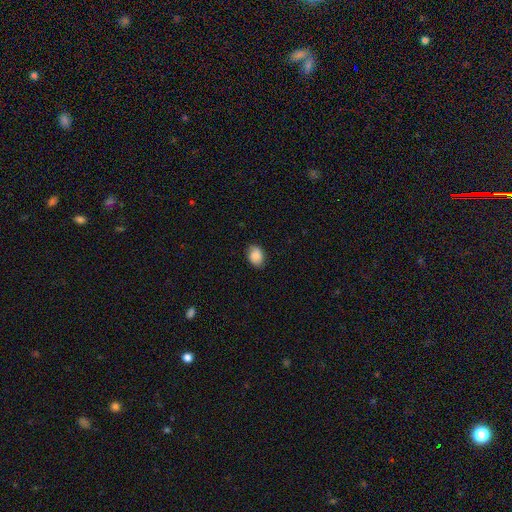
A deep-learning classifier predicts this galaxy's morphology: This is clearly a smooth galaxy (84%). How rounded: likely in between (70%). Merging: clearly none (81%).